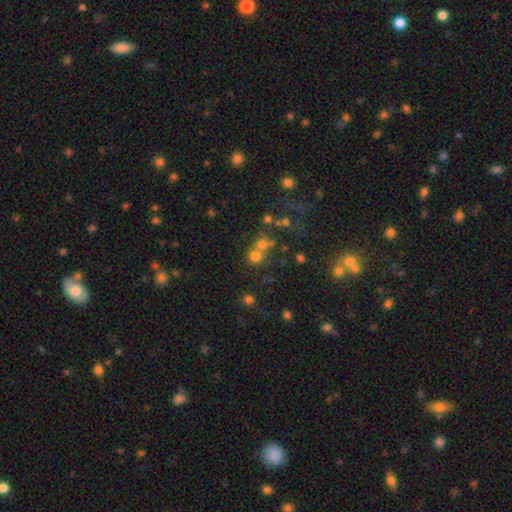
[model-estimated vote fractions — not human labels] smooth 69%, star or artifact 20%, featured or disk 12%. Down the decision tree: how rounded — round (87%); merging — none (51%).